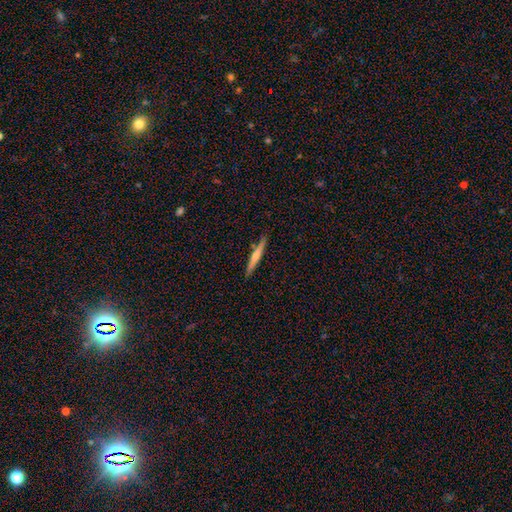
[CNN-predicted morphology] Smooth or featured? smooth (51%)
How rounded? cigar-shaped (95%)
Merging? none (88%)